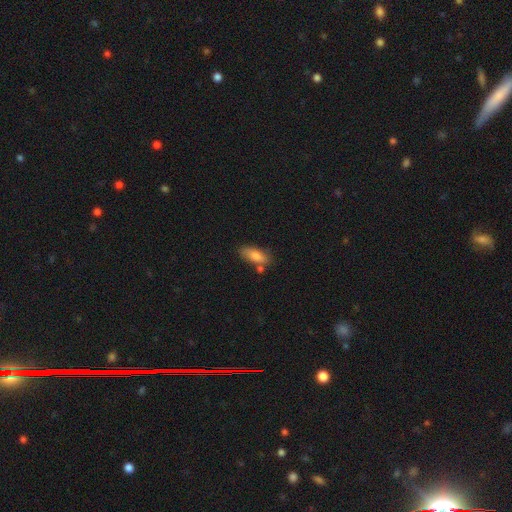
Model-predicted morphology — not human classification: This appears to be a smooth galaxy with no disk features (80%) that is in between round and cigar-shaped (79%). Merging: none (67%).